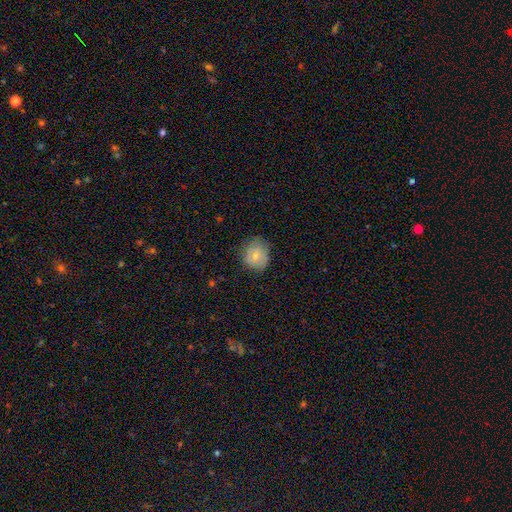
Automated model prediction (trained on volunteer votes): This is likely a smooth galaxy (70%). How rounded: likely round (75%). Merging: likely none (70%).